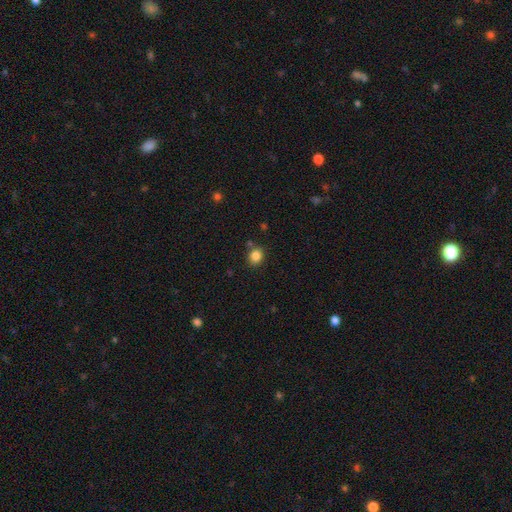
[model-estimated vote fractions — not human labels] smooth-or-featured: smooth: 84% | star or artifact: 11% | featured or disk: 5%
  how-rounded: round: 67% | in between: 33% | cigar-shaped: 1%
  merging: none: 79% | minor disturbance: 11% | merger: 7% | major disturbance: 3%